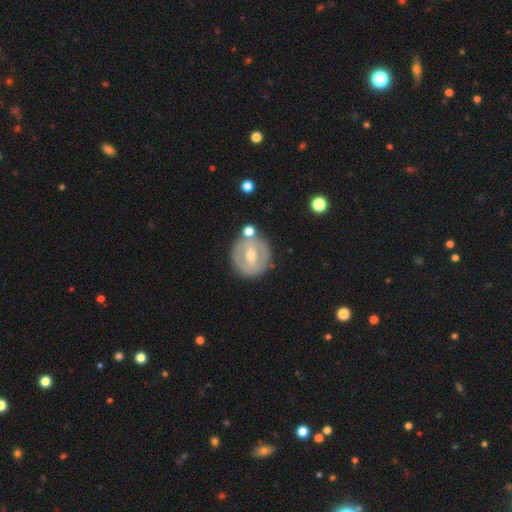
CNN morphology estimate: type=featured or disk (64%); edge-on=no (94%); bar=weak (40%, tied with strong); spiral arms=no (68%); bulge=moderate (62%); merging=none (78%).